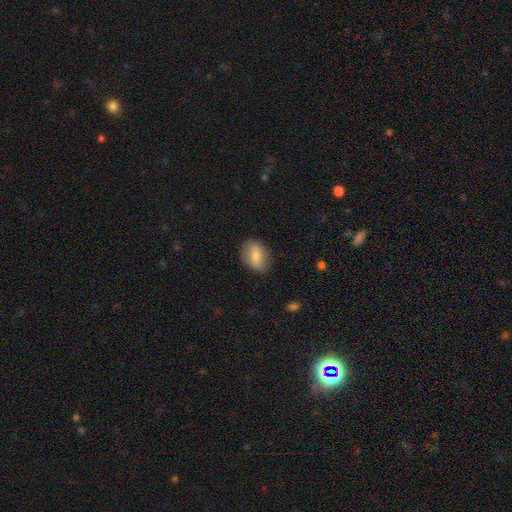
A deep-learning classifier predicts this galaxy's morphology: A smooth galaxy with no disk features (72%) that is in between round and cigar-shaped (73%). Merging: none (77%).